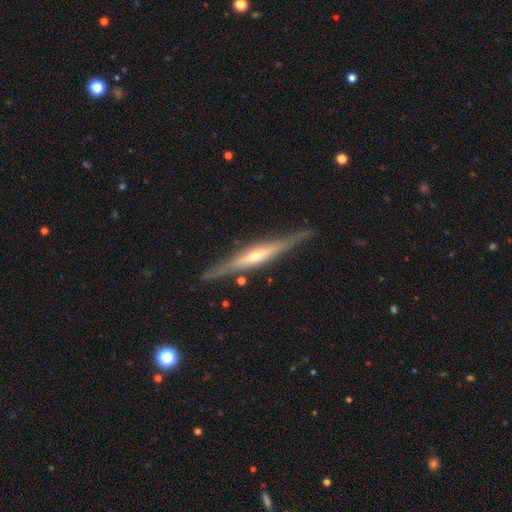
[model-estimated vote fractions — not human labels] A featured or disk galaxy (80%) viewed edge-on (97%) with a rounded central bulge (71%).

Vote fractions:
- Smooth or featured? featured or disk: 80% / smooth: 15% / star or artifact: 5%
- Edge-on disk? yes: 97% / no: 3%
- Edge-on bulge? rounded: 71% / none: 19% / boxy: 11%
- Merging? none: 88% / minor disturbance: 9% / major disturbance: 2% / merger: 2%